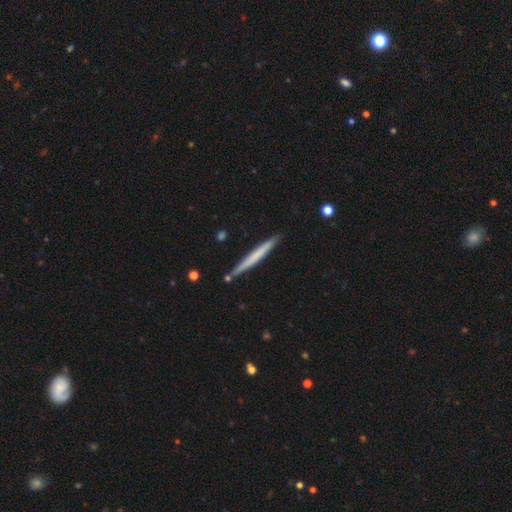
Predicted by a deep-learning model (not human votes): Smooth or featured? smooth (54%)
How rounded? cigar-shaped (97%)
Merging? none (87%)